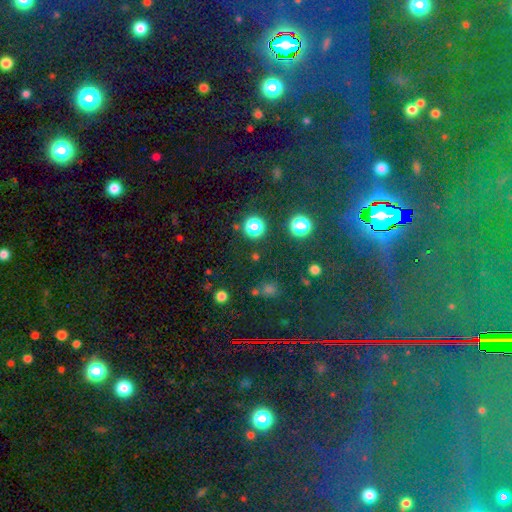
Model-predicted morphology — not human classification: Overall: smooth (59%; star or artifact 35%). How rounded: round (92%). Merging: none (87%).